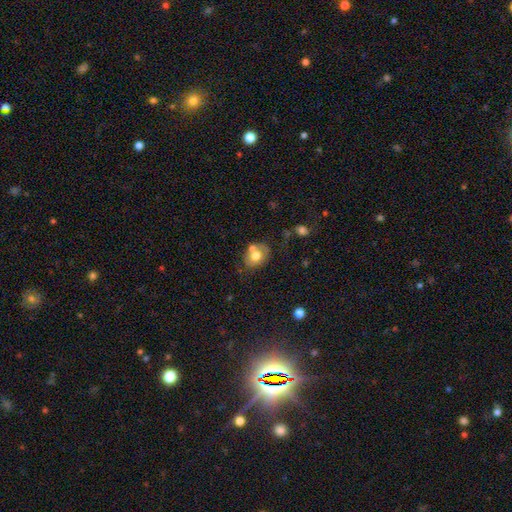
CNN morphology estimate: The model was most divided on "how rounded": in between: 60%, round: 39%, cigar-shaped: 1%. More confident: smooth or featured — smooth (68%); merging — none (52%).